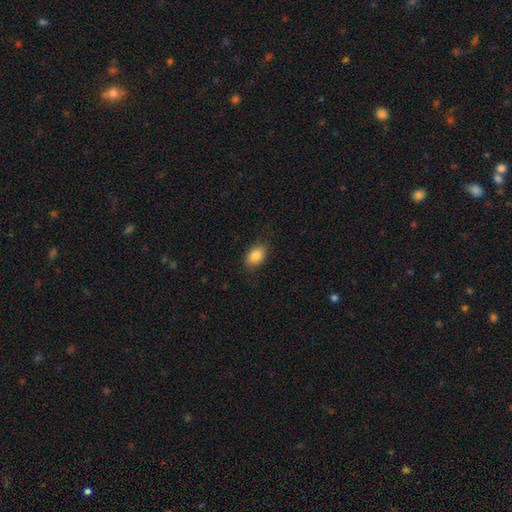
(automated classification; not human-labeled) smooth-or-featured: smooth: 85% | star or artifact: 8% | featured or disk: 7%
  how-rounded: in between: 86% | round: 13% | cigar-shaped: 1%
  merging: none: 86% | minor disturbance: 11% | major disturbance: 3% | merger: 1%